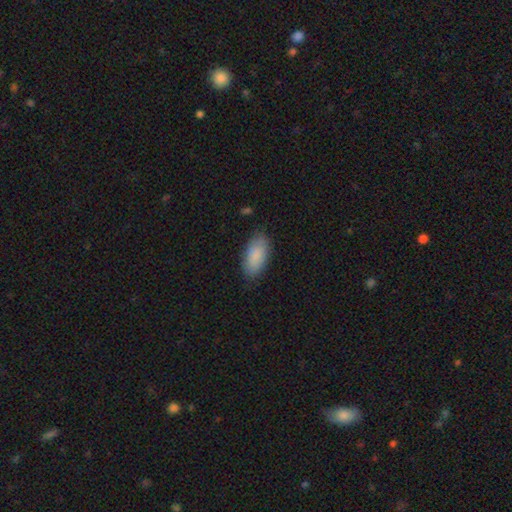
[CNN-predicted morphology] This appears to be a smooth galaxy with no disk features (88%) that is in between round and cigar-shaped (91%). Merging: none (83%).